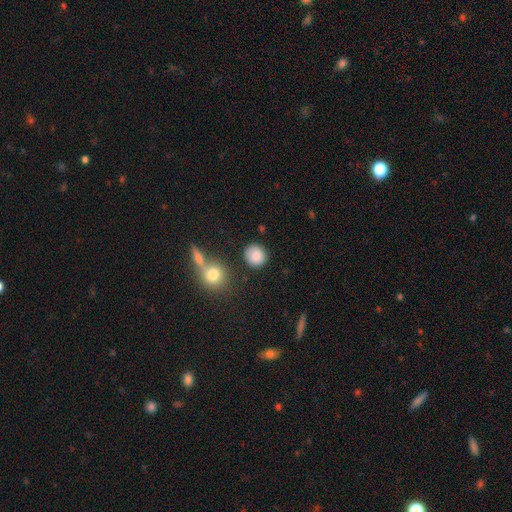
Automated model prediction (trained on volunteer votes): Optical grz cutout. It shows a smooth galaxy with no disk features (85%) that is round (86%). Merging: none (83%).